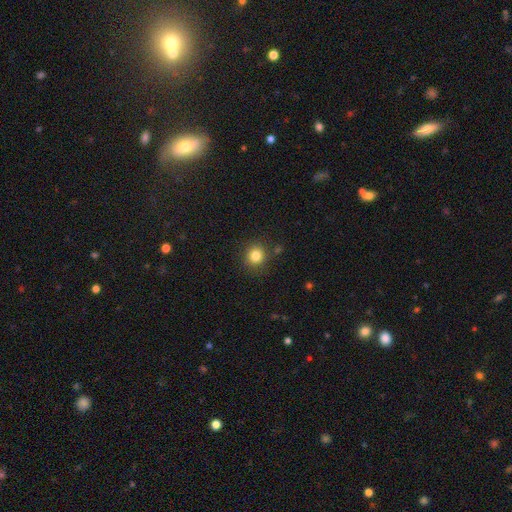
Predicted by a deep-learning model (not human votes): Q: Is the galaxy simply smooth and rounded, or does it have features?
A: smooth — 83%.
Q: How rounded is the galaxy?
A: round — 88%.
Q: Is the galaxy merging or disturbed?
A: none — 85%.